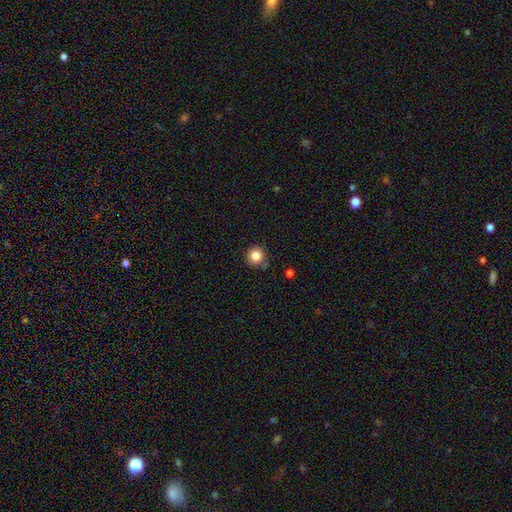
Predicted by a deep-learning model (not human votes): This is clearly a smooth galaxy (84%). How rounded: clearly round (95%). Merging: clearly none (83%).